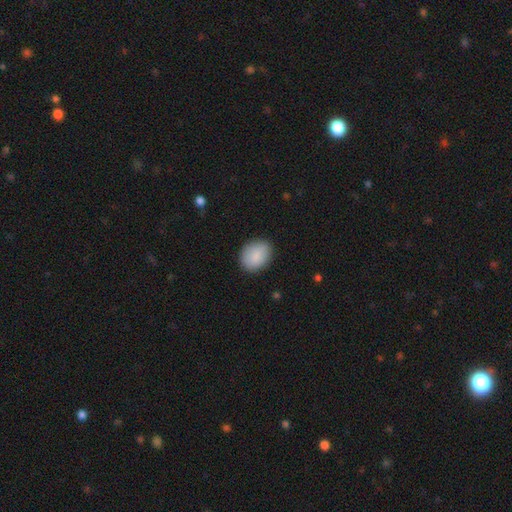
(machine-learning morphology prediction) A smooth galaxy with no disk features (87%) that is in between round and cigar-shaped (64%). Merging: none (86%).